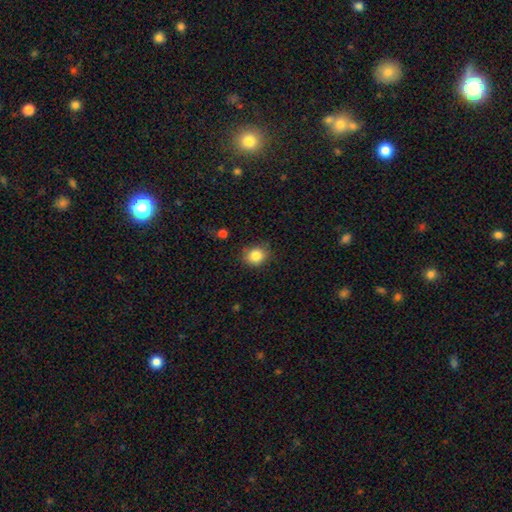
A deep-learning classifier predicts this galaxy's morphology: smooth-or-featured: smooth: 84% | star or artifact: 10% | featured or disk: 6%
  how-rounded: round: 73% | in between: 26% | cigar-shaped: 1%
  merging: none: 81% | minor disturbance: 14% | major disturbance: 3% | merger: 2%